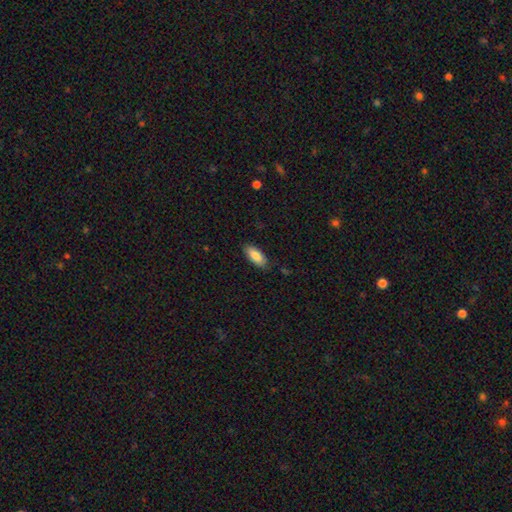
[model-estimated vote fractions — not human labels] Q: Smooth or featured?
A: smooth (85%); runner-up: featured or disk (8%)
Q: How rounded?
A: in between (84%); runner-up: cigar-shaped (14%)
Q: Merging?
A: none (84%); runner-up: minor disturbance (13%)